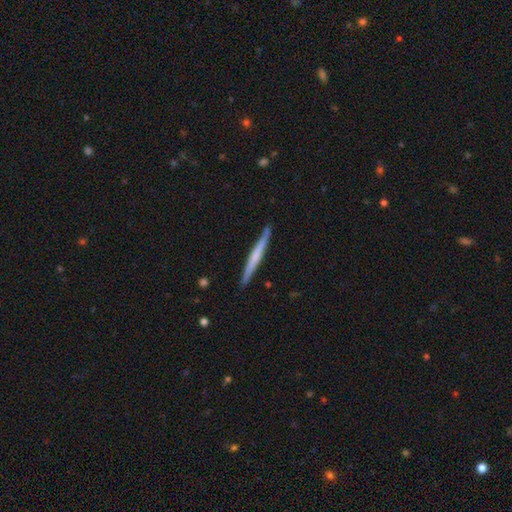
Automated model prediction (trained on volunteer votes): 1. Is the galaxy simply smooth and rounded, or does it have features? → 51% featured or disk, 44% smooth, 5% star or artifact.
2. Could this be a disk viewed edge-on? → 97% yes, 3% no.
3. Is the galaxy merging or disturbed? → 89% none, 8% minor disturbance, 1% major disturbance, 1% merger.